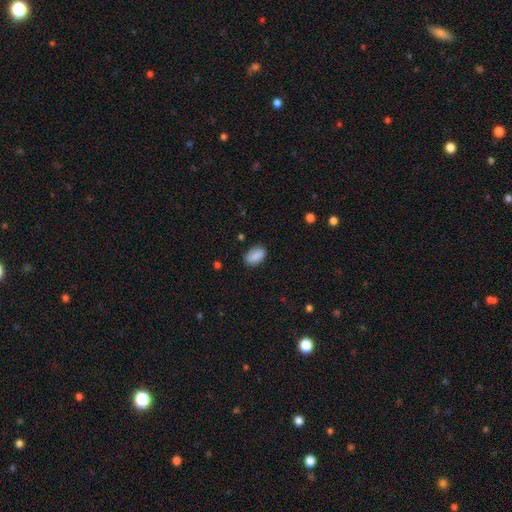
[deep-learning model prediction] Q: Smooth or featured?
A: smooth (87%); runner-up: star or artifact (7%)
Q: How rounded?
A: in between (92%); runner-up: round (6%)
Q: Merging?
A: none (81%); runner-up: minor disturbance (15%)